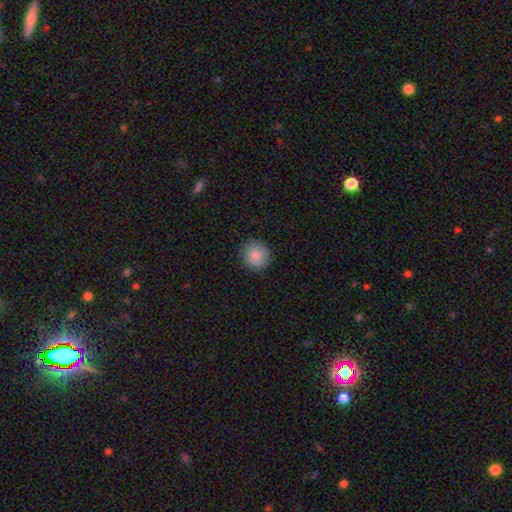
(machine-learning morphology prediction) smooth-or-featured: smooth: 88% | star or artifact: 8% | featured or disk: 4%
  how-rounded: round: 91% | in between: 8% | cigar-shaped: 1%
  merging: none: 90% | minor disturbance: 7% | major disturbance: 2% | merger: 1%